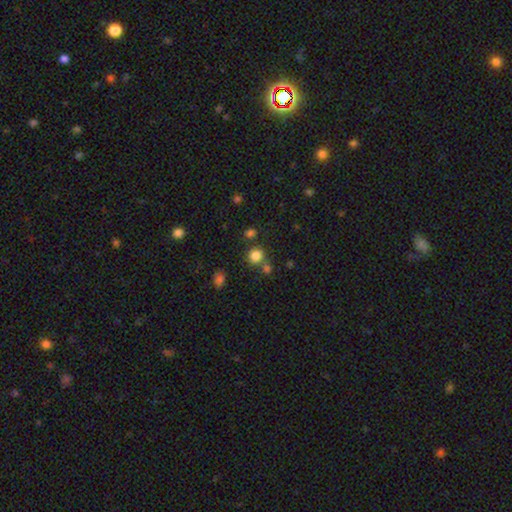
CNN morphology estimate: Smooth or featured? Predicted: smooth (p=0.80). How rounded? Predicted: round (p=0.88). Merging? Predicted: none (p=0.70).